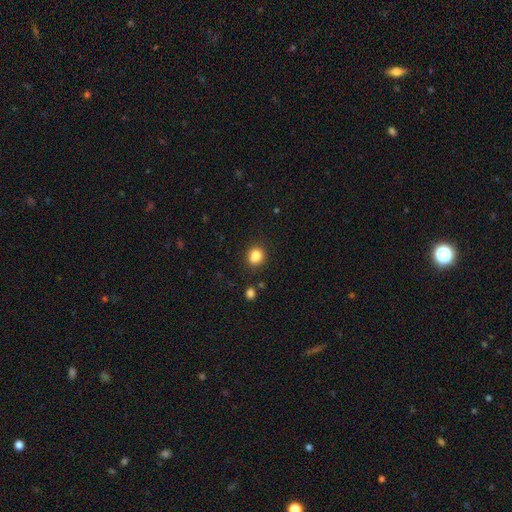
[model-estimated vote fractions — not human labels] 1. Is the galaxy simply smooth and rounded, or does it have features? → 85% smooth, 11% star or artifact, 5% featured or disk.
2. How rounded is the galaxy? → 68% round, 31% in between, 1% cigar-shaped.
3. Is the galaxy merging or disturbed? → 78% none, 14% minor disturbance, 5% merger, 3% major disturbance.